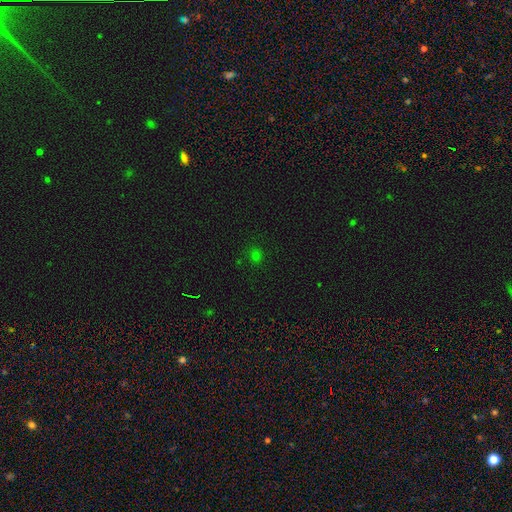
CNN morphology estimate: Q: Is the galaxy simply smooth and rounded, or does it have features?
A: smooth — 67%.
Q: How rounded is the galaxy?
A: round — 84%.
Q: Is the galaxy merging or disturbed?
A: none — 87%.